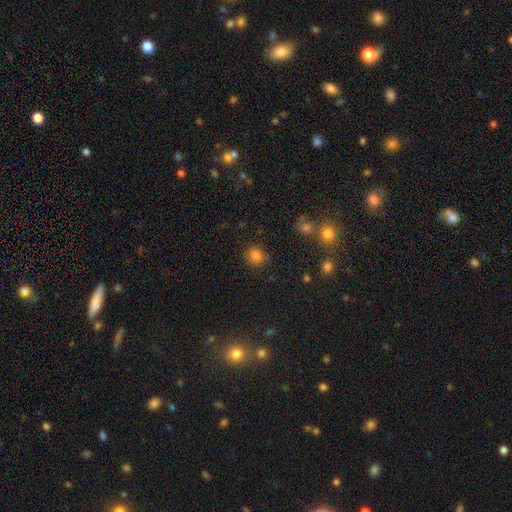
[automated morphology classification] Smooth or featured? Predicted: smooth (p=0.81). How rounded? Predicted: round (p=0.81). Merging? Predicted: none (p=0.80).